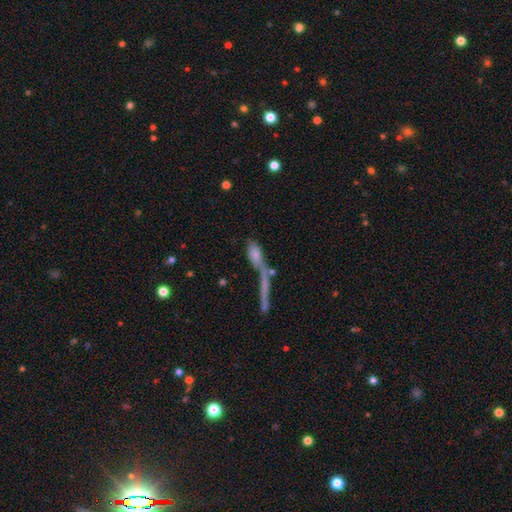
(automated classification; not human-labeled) Smooth or featured? Predicted: smooth (p=0.67). How rounded? Predicted: in between (p=0.57). Merging? Predicted: merger (p=0.43).